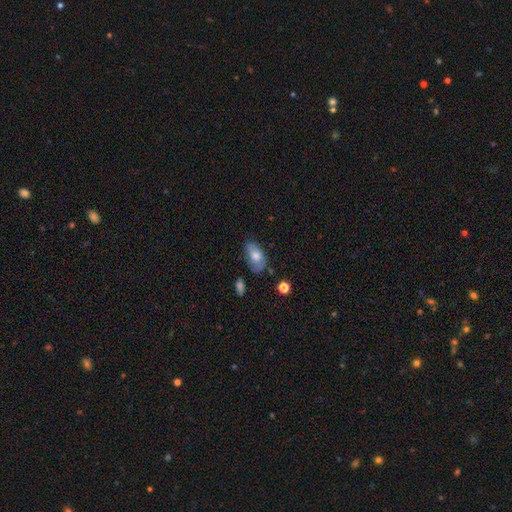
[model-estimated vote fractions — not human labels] Smooth or featured?
  - smooth: 67% *
  - featured or disk: 25%
  - star or artifact: 7%
How rounded?
  - in between: 91% *
  - round: 7%
  - cigar-shaped: 3%
Merging?
  - none: 54% *
  - minor disturbance: 31%
  - major disturbance: 10%
  - merger: 5%